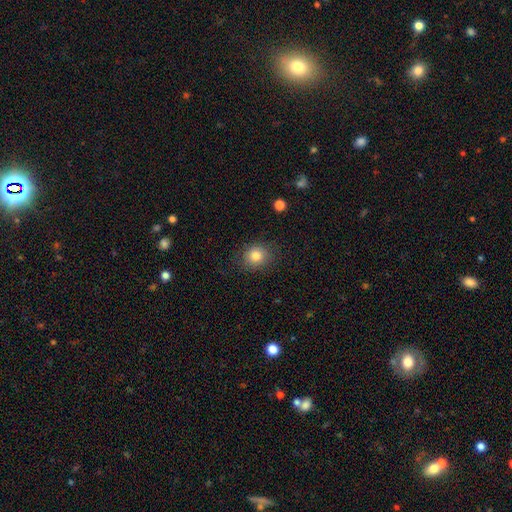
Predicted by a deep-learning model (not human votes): smooth-or-featured: smooth: 81% | star or artifact: 11% | featured or disk: 8%
  how-rounded: round: 72% | in between: 27% | cigar-shaped: 1%
  merging: none: 84% | minor disturbance: 11% | major disturbance: 3% | merger: 1%